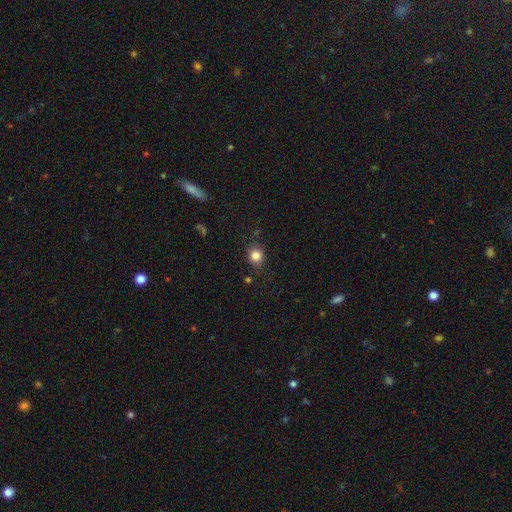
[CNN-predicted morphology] A smooth galaxy with no disk features (83%) that is round (75%).

Vote fractions:
- Smooth or featured? smooth: 83% / star or artifact: 12% / featured or disk: 6%
- How rounded? round: 75% / in between: 24% / cigar-shaped: 1%
- Merging? none: 83% / minor disturbance: 12% / major disturbance: 3% / merger: 2%